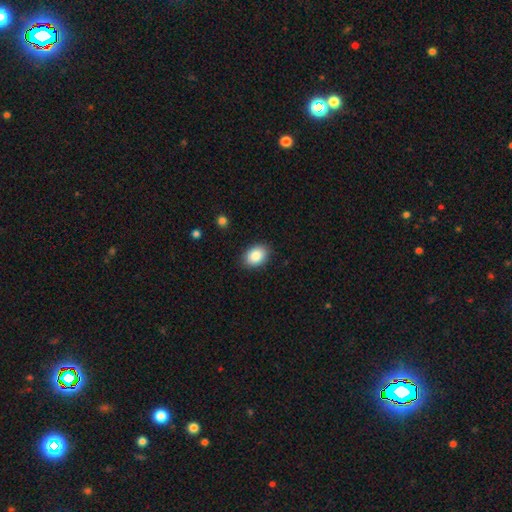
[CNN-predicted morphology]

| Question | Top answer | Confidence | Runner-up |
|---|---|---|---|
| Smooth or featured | smooth | 88% | star or artifact (7%) |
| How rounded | in between | 77% | round (22%) |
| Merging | none | 87% | minor disturbance (9%) |